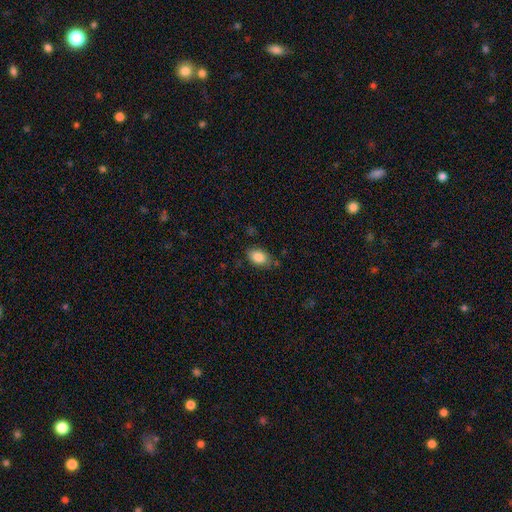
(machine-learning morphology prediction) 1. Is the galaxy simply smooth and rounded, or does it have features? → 86% smooth, 8% star or artifact, 6% featured or disk.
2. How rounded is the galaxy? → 83% in between, 15% round, 1% cigar-shaped.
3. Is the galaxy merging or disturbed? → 74% none, 19% minor disturbance, 4% major disturbance, 3% merger.